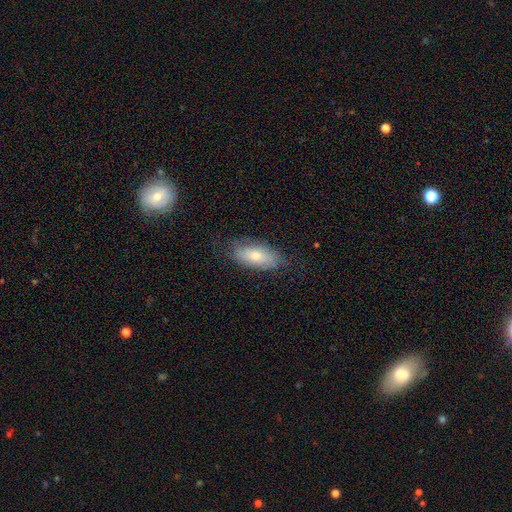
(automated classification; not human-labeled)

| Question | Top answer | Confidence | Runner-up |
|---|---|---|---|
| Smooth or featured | smooth | 68% | featured or disk (25%) |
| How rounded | in between | 87% | cigar-shaped (10%) |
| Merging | none | 73% | minor disturbance (20%) |